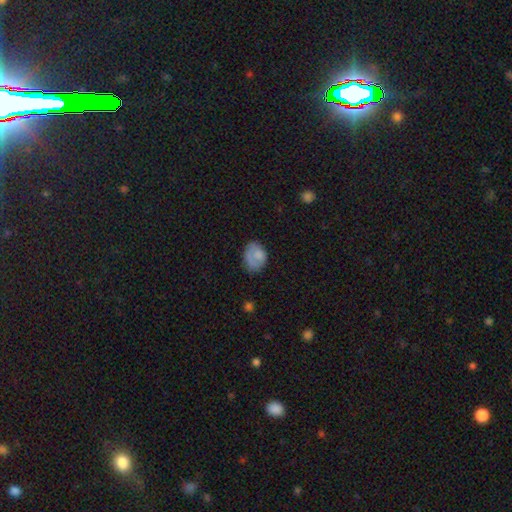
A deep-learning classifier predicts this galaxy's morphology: This appears to be a smooth galaxy with no disk features (75%) that is in between round and cigar-shaped (70%). Merging: none (53%).